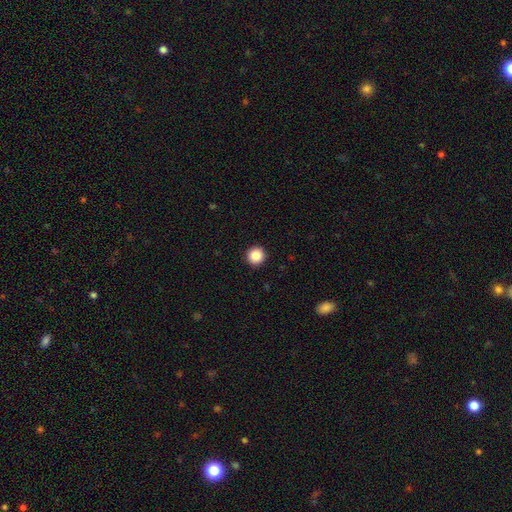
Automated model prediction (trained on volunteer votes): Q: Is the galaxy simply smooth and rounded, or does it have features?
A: smooth — 87%.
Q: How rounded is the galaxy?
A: round — 94%.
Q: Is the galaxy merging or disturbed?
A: none — 93%.